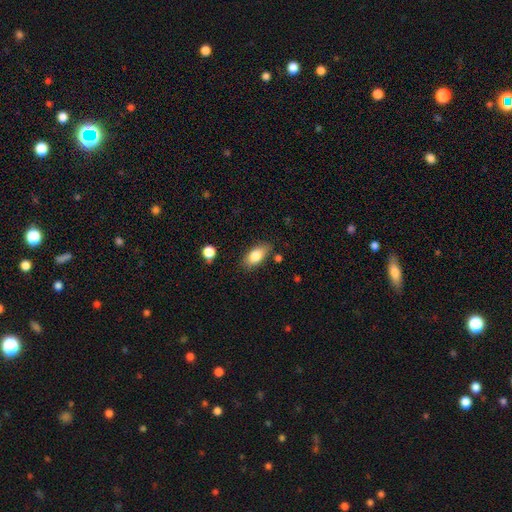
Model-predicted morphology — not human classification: Smooth or featured: smooth — 81% (featured or disk — 12%)
How rounded: in between — 88% (cigar-shaped — 7%)
Merging: none — 80% (minor disturbance — 14%)